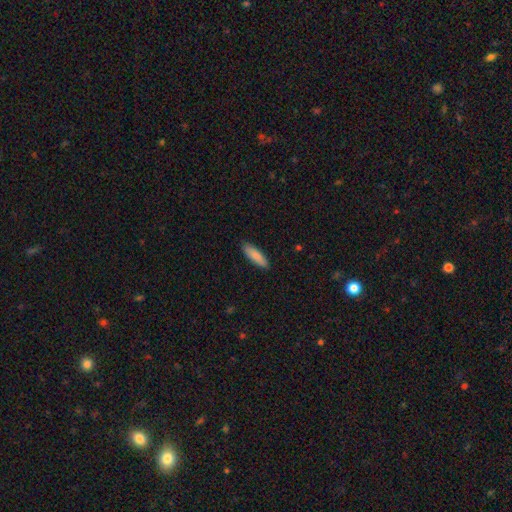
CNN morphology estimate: Overall: smooth (85%). How rounded: cigar-shaped (60%; in between 38%). Merging: none (89%).